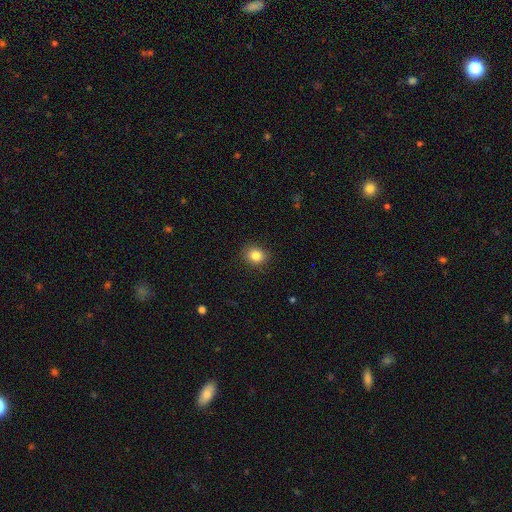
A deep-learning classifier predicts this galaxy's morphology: Overall: smooth (85%). How rounded: round (65%; in between 34%). Merging: none (88%).